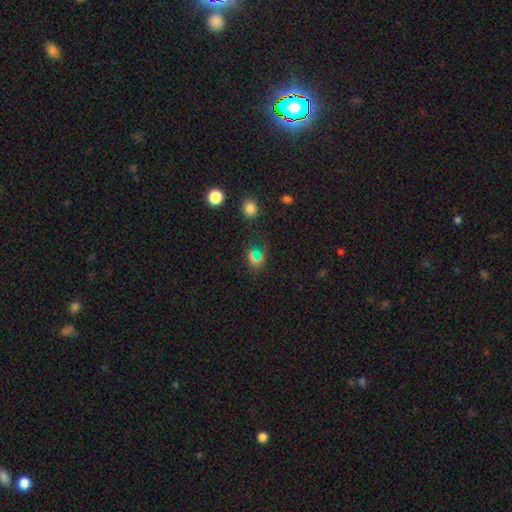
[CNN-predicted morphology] Overall: star or artifact (50%; smooth 39%).